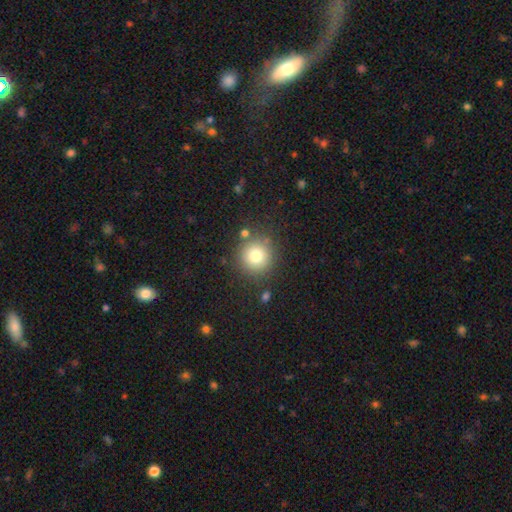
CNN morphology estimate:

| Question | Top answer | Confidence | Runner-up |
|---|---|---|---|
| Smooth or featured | smooth | 79% | star or artifact (12%) |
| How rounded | round | 94% | in between (6%) |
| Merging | none | 84% | minor disturbance (9%) |